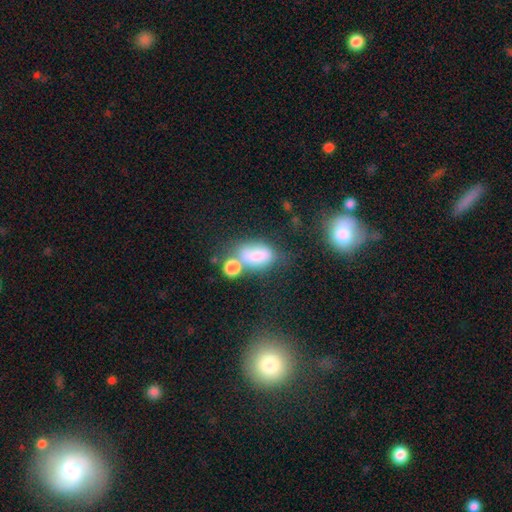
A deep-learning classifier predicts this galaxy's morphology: This is likely a smooth galaxy (73%). How rounded: clearly in between (84%). Merging: marginally merger (40%).